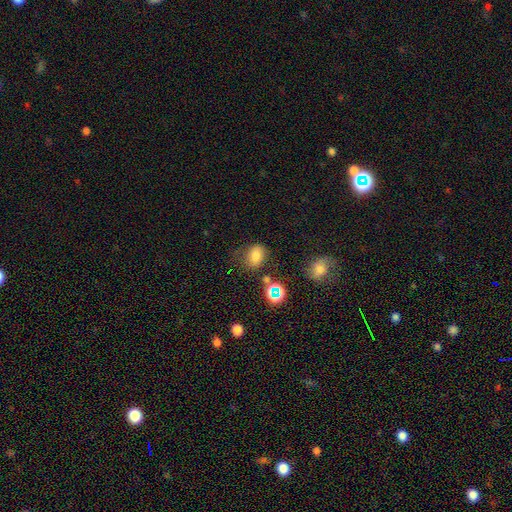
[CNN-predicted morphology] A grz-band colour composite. It shows a smooth galaxy with no disk features (74%) that is in between round and cigar-shaped (68%). Merging: none (63%).